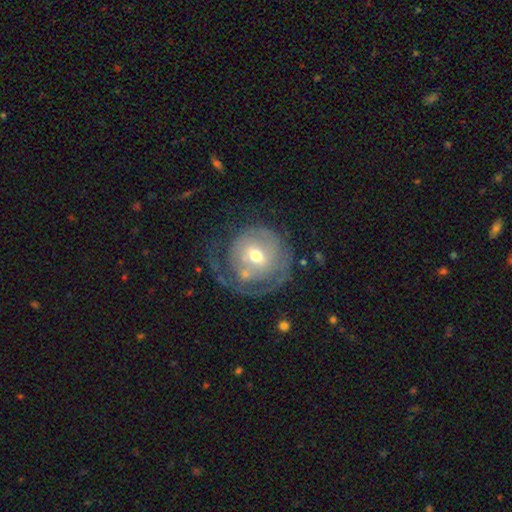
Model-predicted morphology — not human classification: Smooth or featured? featured or disk (65%)
Edge-on disk? no (97%)
Bar? no (50%)
Spiral arms? yes (69%)
Bulge size? moderate (62%)
Merging? none (47%)